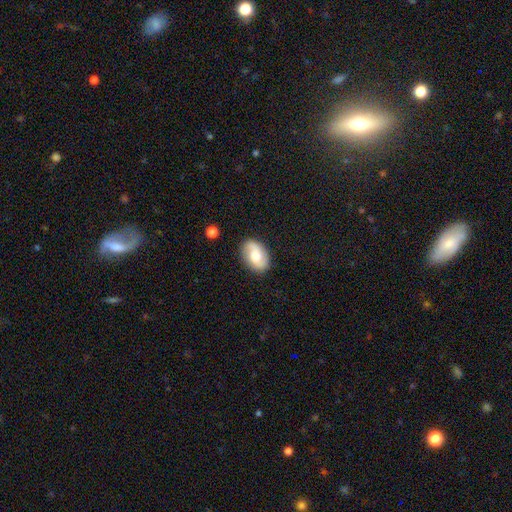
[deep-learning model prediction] smooth_or_featured: featured or disk (p=0.55) [alt: smooth p=0.38]
disk_edge_on: no (p=0.96) [alt: yes p=0.04]
bar: no (p=0.55) [alt: weak p=0.37]
has_spiral_arms: yes (p=0.90) [alt: no p=0.10]
bulge_size: moderate (p=0.51) [alt: large p=0.26]
merging: none (p=0.82) [alt: minor disturbance p=0.13]